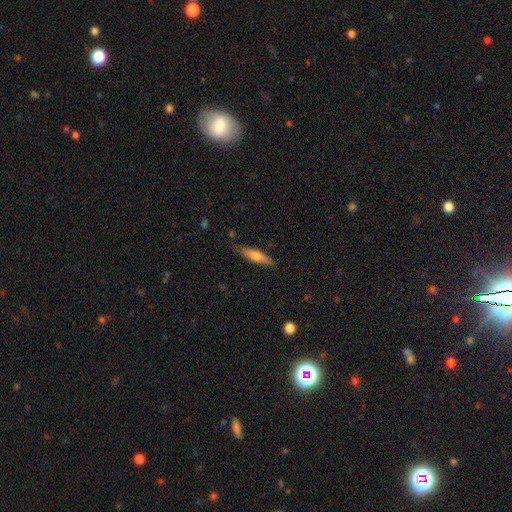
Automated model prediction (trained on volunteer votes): The model was most divided on "smooth or featured": smooth: 58%, featured or disk: 37%, star or artifact: 6%. More confident: merging — none (83%); how rounded — cigar-shaped (75%).